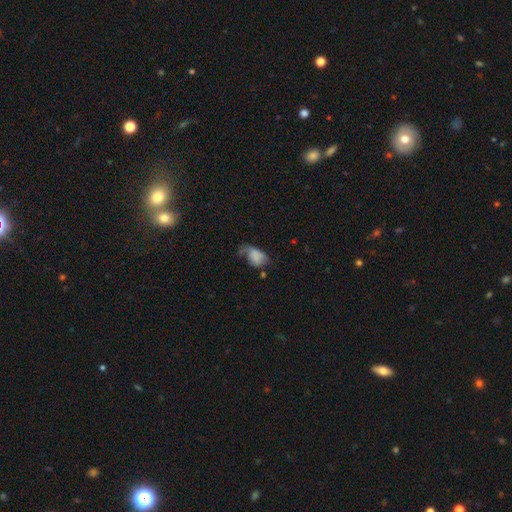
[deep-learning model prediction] Smooth or featured? Predicted: smooth (p=0.69). How rounded? Predicted: in between (p=0.87). Merging? Predicted: major disturbance (p=0.37).